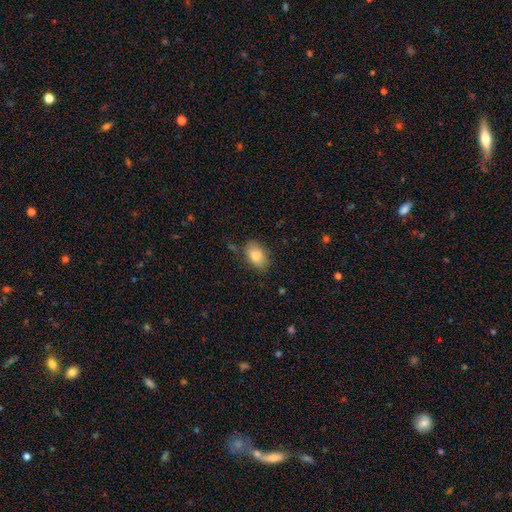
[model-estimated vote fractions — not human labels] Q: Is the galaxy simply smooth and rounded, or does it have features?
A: smooth — 83%.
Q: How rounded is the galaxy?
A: in between — 89%.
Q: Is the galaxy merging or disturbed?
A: none — 78%.